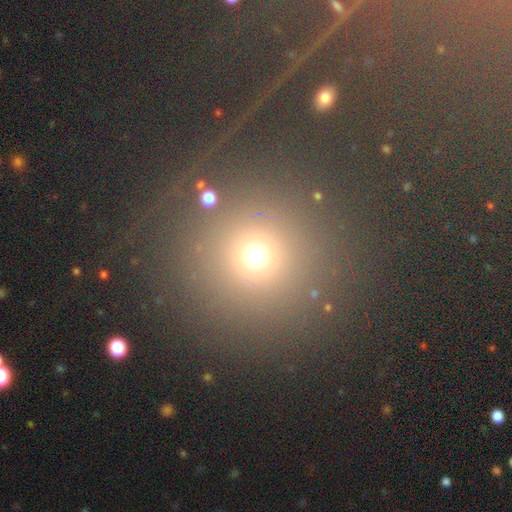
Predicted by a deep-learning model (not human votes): Smooth or featured: smooth — 67% (star or artifact — 25%)
How rounded: round — 93% (in between — 6%)
Merging: none — 78% (minor disturbance — 9%)